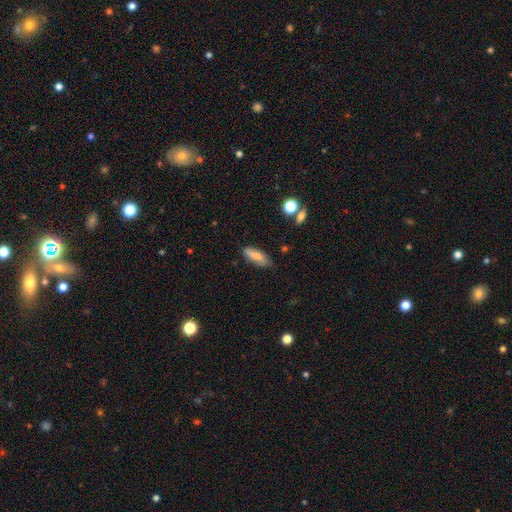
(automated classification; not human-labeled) Smooth or featured? Predicted: smooth (p=0.72). How rounded? Predicted: in between (p=0.66). Merging? Predicted: none (p=0.73).